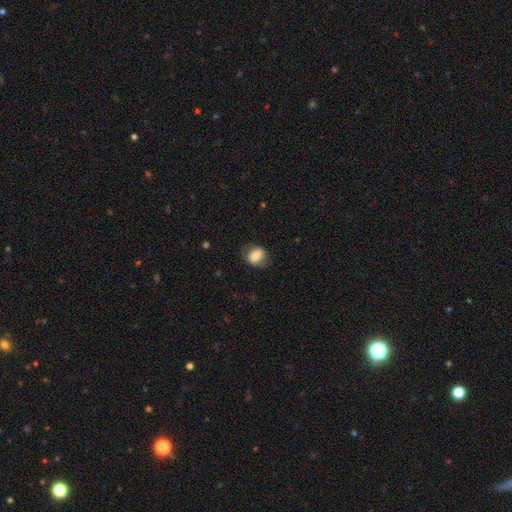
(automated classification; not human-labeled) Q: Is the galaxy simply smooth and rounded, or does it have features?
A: smooth — 74%.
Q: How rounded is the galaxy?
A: in between — 62%.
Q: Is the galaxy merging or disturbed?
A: none — 69%.